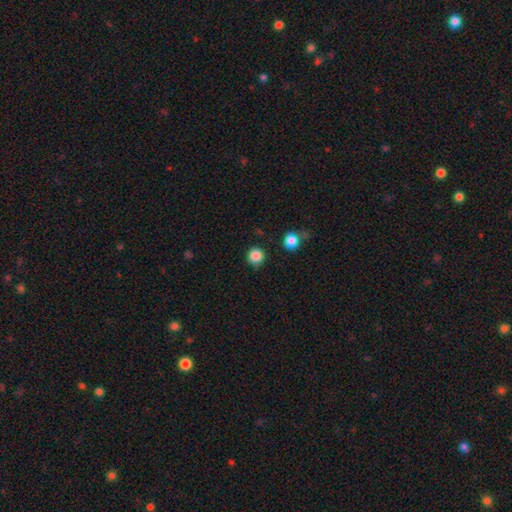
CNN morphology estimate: This is clearly a smooth galaxy (85%). How rounded: clearly round (95%). Merging: clearly none (85%).